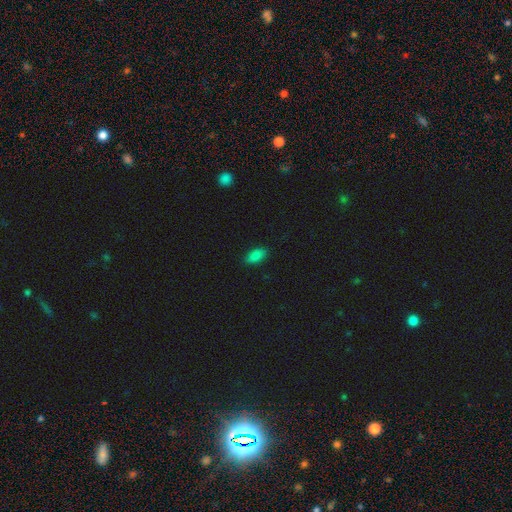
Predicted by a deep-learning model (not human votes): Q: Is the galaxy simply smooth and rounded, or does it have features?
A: smooth — 86%.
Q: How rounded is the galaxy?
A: in between — 91%.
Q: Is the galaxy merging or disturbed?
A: none — 86%.